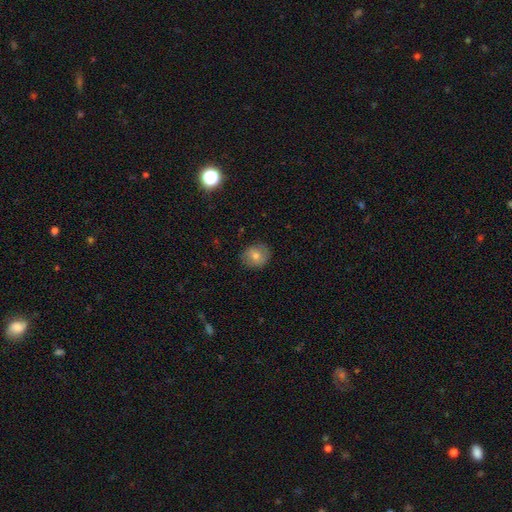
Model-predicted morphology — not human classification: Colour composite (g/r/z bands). It shows a smooth galaxy with no disk features (66%) that is round (74%). Merging: none (84%).